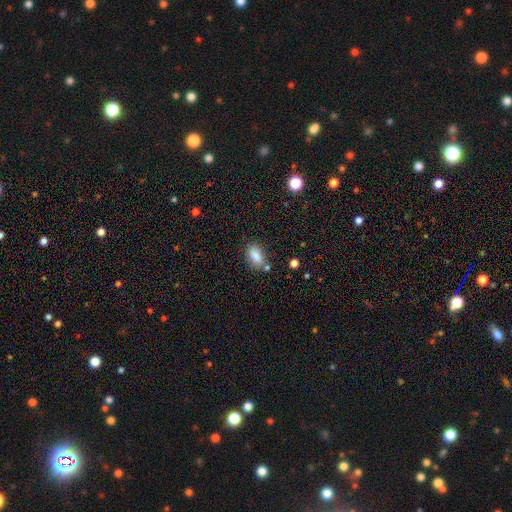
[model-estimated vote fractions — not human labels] Smooth or featured: smooth — 86% (star or artifact — 9%)
How rounded: in between — 89% (cigar-shaped — 6%)
Merging: none — 69% (minor disturbance — 18%)